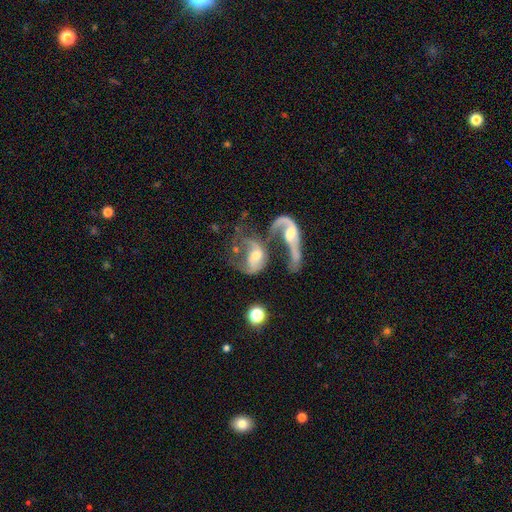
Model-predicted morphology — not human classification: This is likely a featured or disk galaxy (71%). It is clearly not viewed edge-on (94%). Bar: possibly no (57%). Spiral arm pattern: likely yes (75%). Spiral arm count: possibly 2 (52%). Spiral winding: likely loose (60%). Central bulge: possibly moderate (60%). Merging: likely merger (69%).